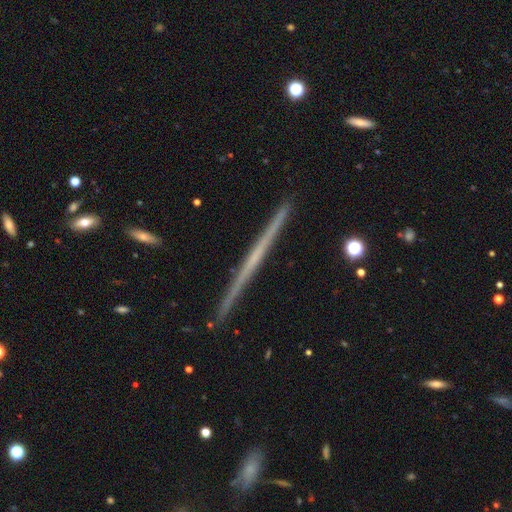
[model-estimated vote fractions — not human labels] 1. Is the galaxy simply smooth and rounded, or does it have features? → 70% featured or disk, 24% smooth, 6% star or artifact.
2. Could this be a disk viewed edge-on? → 98% yes, 2% no.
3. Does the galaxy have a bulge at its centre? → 85% none, 10% rounded, 4% boxy.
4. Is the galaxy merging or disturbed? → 91% none, 6% minor disturbance, 1% merger, 1% major disturbance.